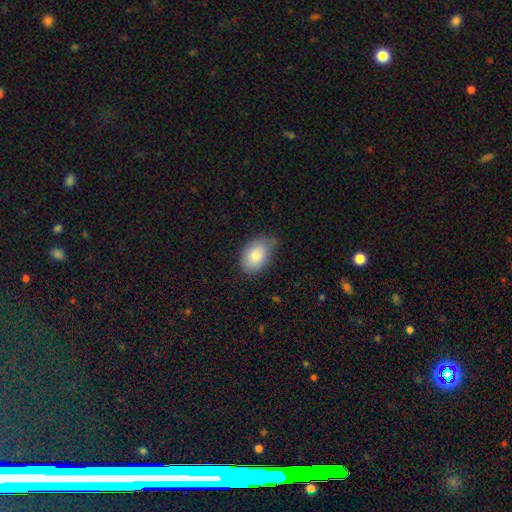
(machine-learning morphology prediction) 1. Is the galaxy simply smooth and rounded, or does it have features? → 84% smooth, 9% featured or disk, 7% star or artifact.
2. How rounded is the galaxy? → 88% in between, 11% round, 1% cigar-shaped.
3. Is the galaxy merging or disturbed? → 63% none, 30% minor disturbance, 5% major disturbance, 2% merger.